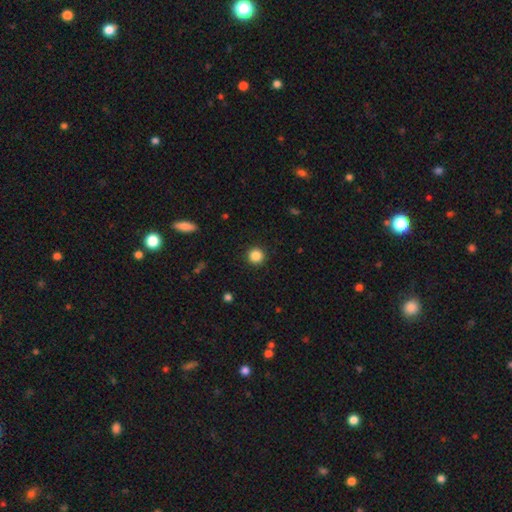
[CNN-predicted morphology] This is clearly a smooth galaxy (85%). How rounded: clearly round (95%). Merging: clearly none (92%).